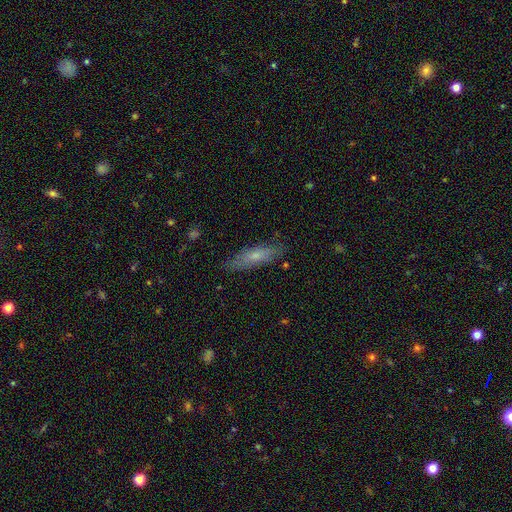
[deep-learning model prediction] A smooth galaxy with no disk features (59%) that is cigar-shaped (66%). Merging: none (79%).